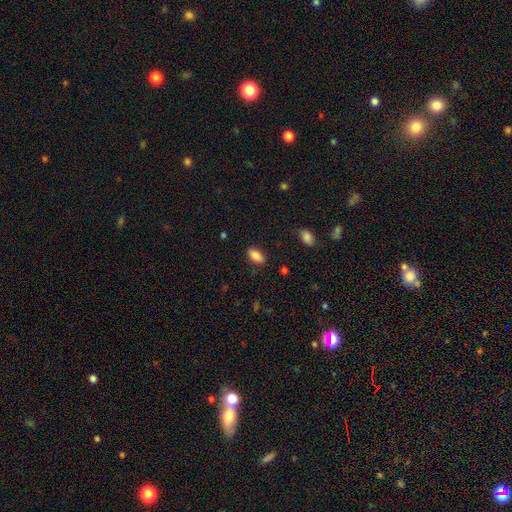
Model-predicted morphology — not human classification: Smooth or featured?
  - smooth: 86% *
  - star or artifact: 8%
  - featured or disk: 6%
How rounded?
  - in between: 90% *
  - cigar-shaped: 6%
  - round: 4%
Merging?
  - none: 86% *
  - minor disturbance: 10%
  - major disturbance: 3%
  - merger: 1%